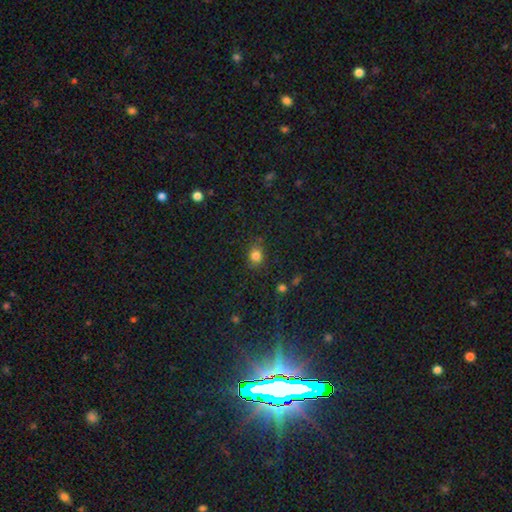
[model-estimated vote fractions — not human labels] Smooth or featured: smooth — 80% (star or artifact — 14%)
How rounded: round — 61% (in between — 38%)
Merging: none — 79% (minor disturbance — 15%)